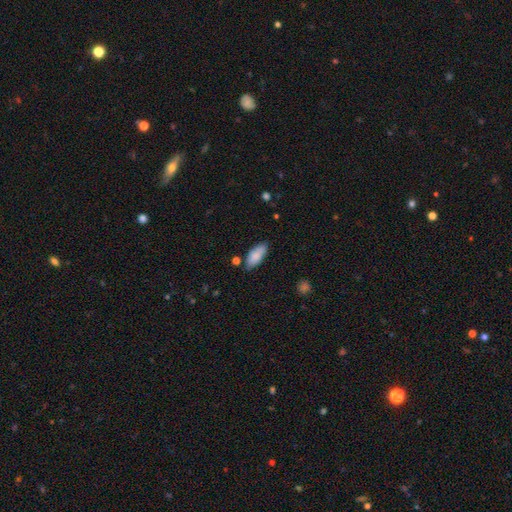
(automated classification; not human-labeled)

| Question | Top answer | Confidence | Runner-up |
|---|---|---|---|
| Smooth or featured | smooth | 84% | featured or disk (9%) |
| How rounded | in between | 84% | cigar-shaped (15%) |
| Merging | none | 75% | minor disturbance (18%) |